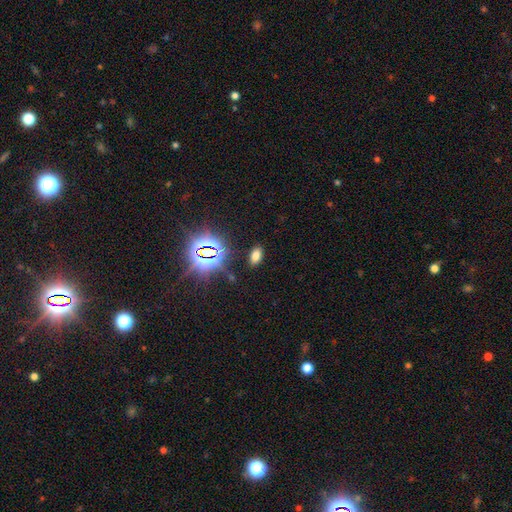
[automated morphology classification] Smooth or featured? smooth (65%)
How rounded? in between (91%)
Merging? none (87%)